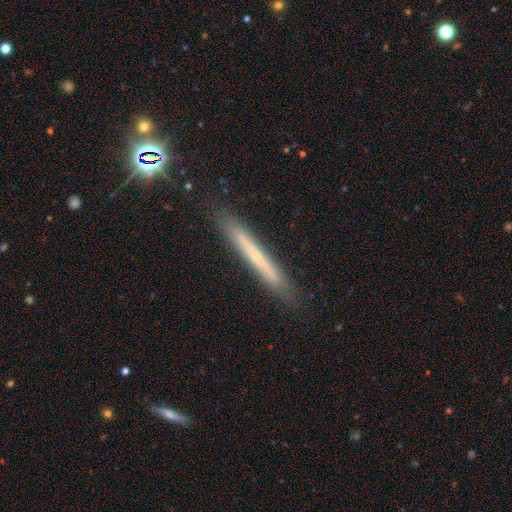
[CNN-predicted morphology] Smooth or featured? smooth (55%)
How rounded? cigar-shaped (97%)
Merging? none (88%)